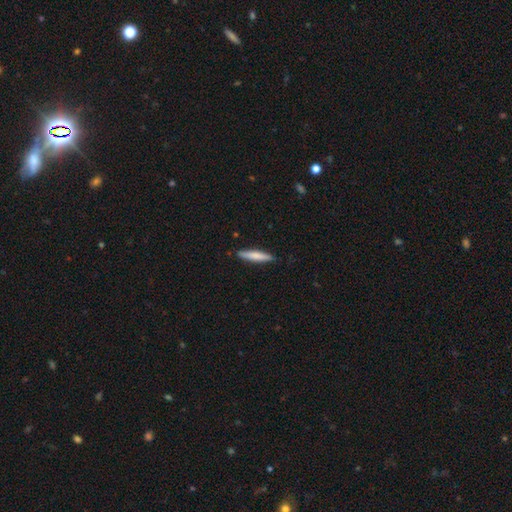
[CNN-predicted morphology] Smooth or featured? smooth (73%)
How rounded? cigar-shaped (89%)
Merging? none (87%)